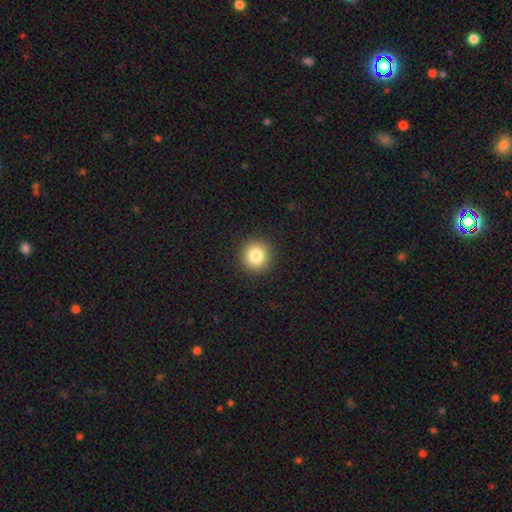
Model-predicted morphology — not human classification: Overall: smooth (83%). How rounded: round (92%). Merging: none (92%).